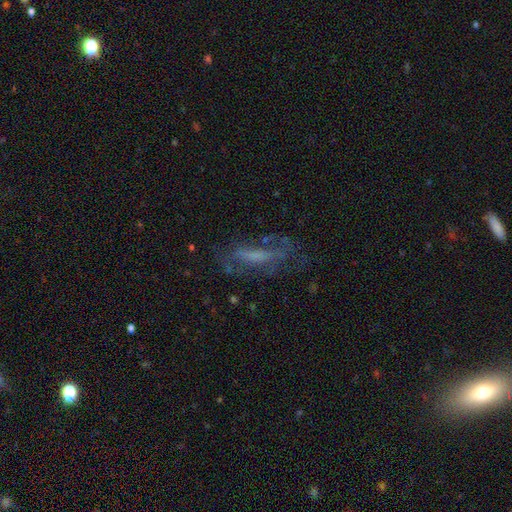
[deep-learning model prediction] This is possibly a featured or disk galaxy (52%). It is likely not viewed edge-on (73%). Merging: possibly none (53%).